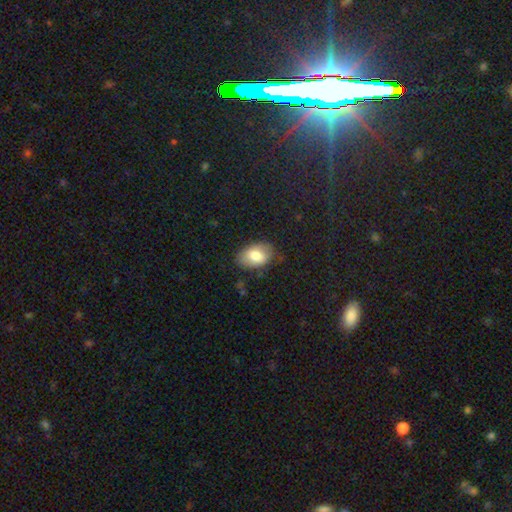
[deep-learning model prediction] Overall: smooth (77%). How rounded: in between (87%). Merging: none (77%).